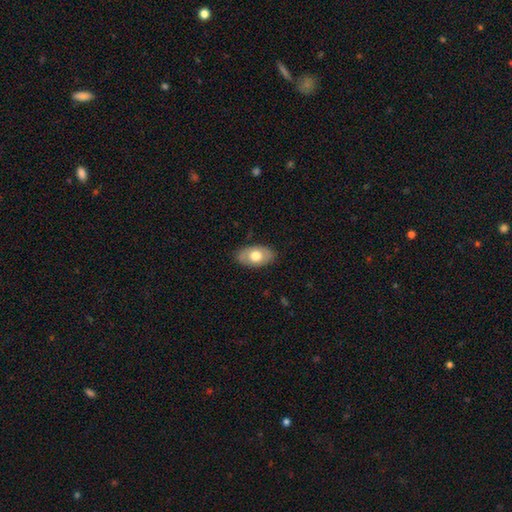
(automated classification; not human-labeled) Smooth or featured?
  - smooth: 65% *
  - featured or disk: 29%
  - star or artifact: 6%
How rounded?
  - in between: 91% *
  - round: 8%
  - cigar-shaped: 1%
Merging?
  - none: 84% *
  - minor disturbance: 12%
  - major disturbance: 3%
  - merger: 1%